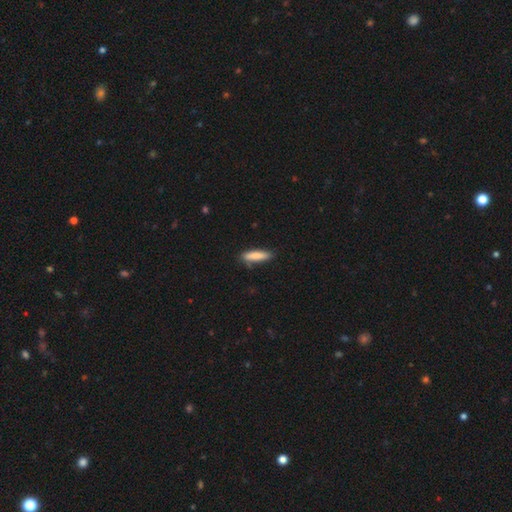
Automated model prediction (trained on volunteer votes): The model was most divided on "how rounded": cigar-shaped: 74%, in between: 24%, round: 1%. More confident: smooth or featured — smooth (84%); merging — none (80%).